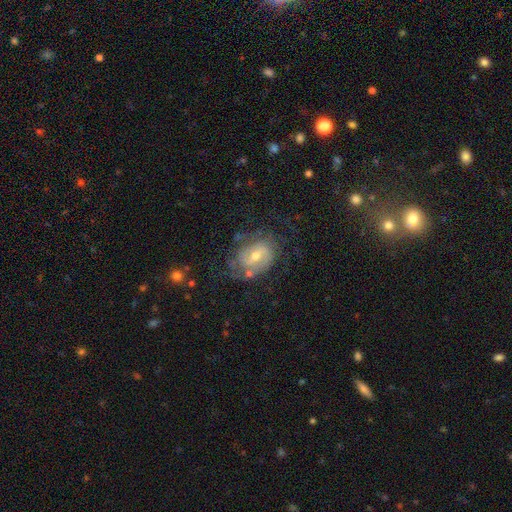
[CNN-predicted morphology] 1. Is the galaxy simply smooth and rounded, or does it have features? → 76% featured or disk, 17% smooth, 7% star or artifact.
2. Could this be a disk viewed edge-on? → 96% no, 4% yes.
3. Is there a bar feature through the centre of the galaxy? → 52% weak, 31% no, 16% strong.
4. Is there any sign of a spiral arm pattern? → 84% yes, 16% no.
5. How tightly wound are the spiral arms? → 43% tight, 39% medium, 18% loose.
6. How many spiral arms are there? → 50% 2, 31% can't tell, 8% 3, 6% 1, 3% 4, 2% more than 4.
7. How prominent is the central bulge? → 62% moderate, 32% small, 4% large, 1% none, 1% dominant.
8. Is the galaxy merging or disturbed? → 57% none, 23% minor disturbance, 17% major disturbance, 3% merger.